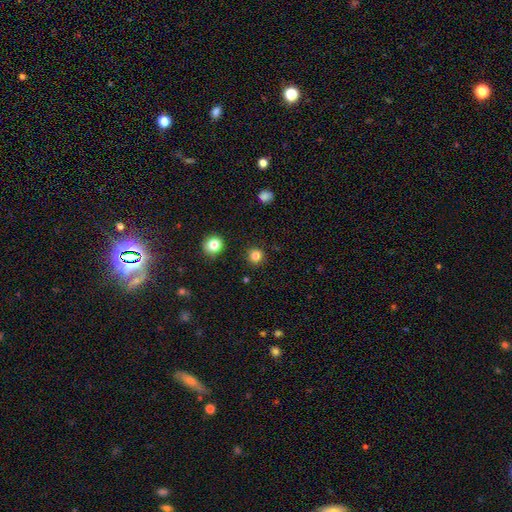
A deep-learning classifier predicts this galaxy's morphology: This appears to be a smooth galaxy with no disk features (83%) that is round (92%). Merging: none (90%).